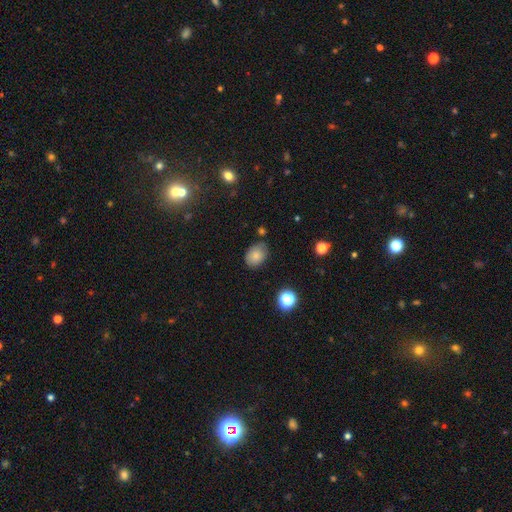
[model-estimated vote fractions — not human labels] The model was most divided on "how rounded": in between: 71%, round: 28%, cigar-shaped: 1%. More confident: smooth or featured — smooth (80%); merging — none (73%).